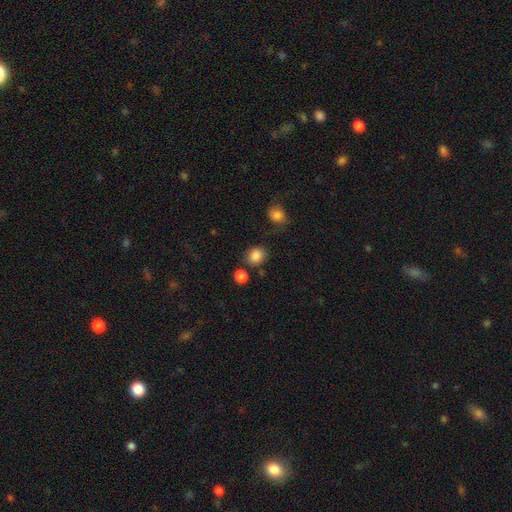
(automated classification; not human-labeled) Smooth or featured? smooth (86%)
How rounded? round (70%)
Merging? none (77%)